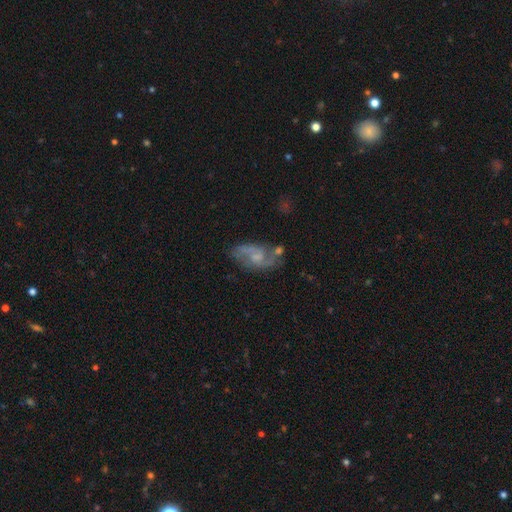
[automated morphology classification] Smooth or featured? featured or disk (73%)
Edge-on disk? no (96%)
Bar? no (49%)
Spiral arms? yes (89%)
Spiral winding? medium (46%)
Spiral arm count? 2 (84%)
Bulge size? small (42%)
Merging? none (59%)